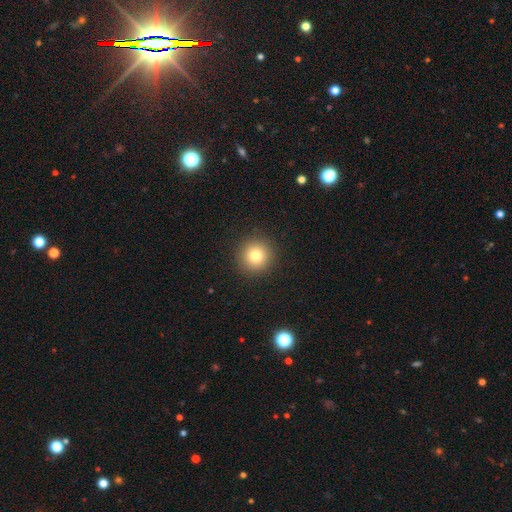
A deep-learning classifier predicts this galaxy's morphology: The model was most divided on "smooth or featured": smooth: 79%, star or artifact: 12%, featured or disk: 8%. More confident: how rounded — round (95%); merging — none (92%).